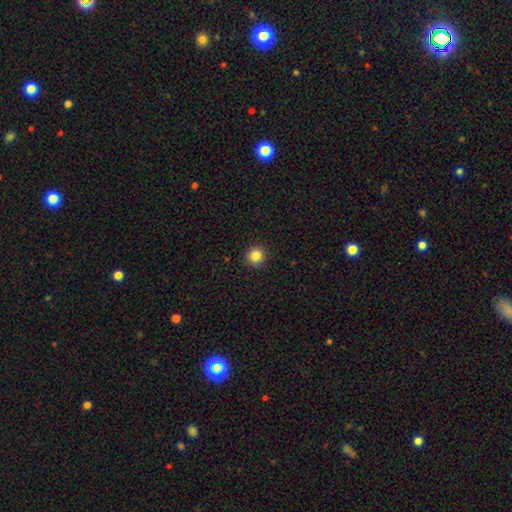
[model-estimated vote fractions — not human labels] Smooth or featured? Predicted: smooth (p=0.84). How rounded? Predicted: round (p=0.95). Merging? Predicted: none (p=0.93).